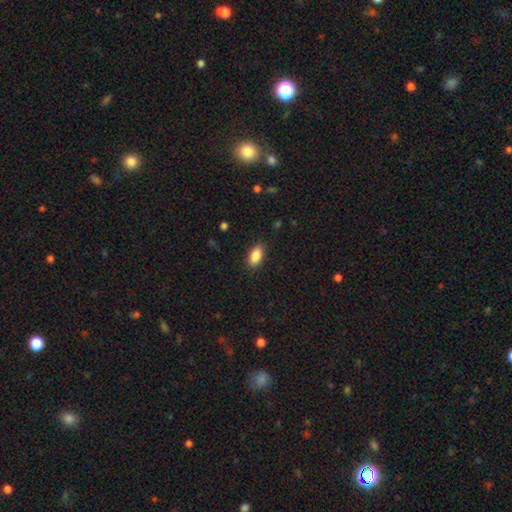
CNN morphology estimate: smooth_or_featured: smooth (p=0.87) [alt: star or artifact p=0.07]
how_rounded: in between (p=0.90) [alt: cigar-shaped p=0.06]
merging: none (p=0.87) [alt: minor disturbance p=0.09]